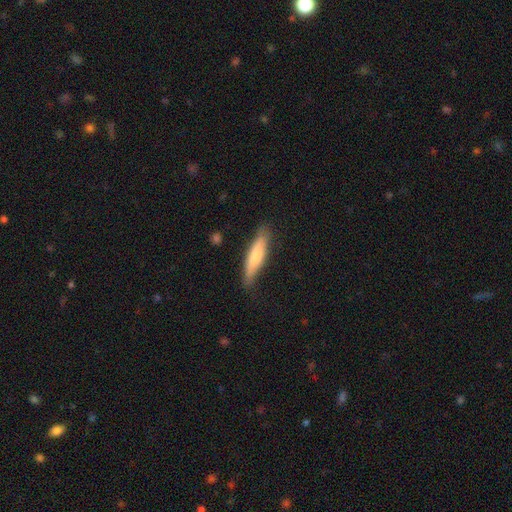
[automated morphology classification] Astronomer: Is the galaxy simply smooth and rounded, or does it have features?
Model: smooth — 67%.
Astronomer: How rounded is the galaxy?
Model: cigar-shaped — 76%.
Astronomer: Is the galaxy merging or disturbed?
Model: none — 79%.